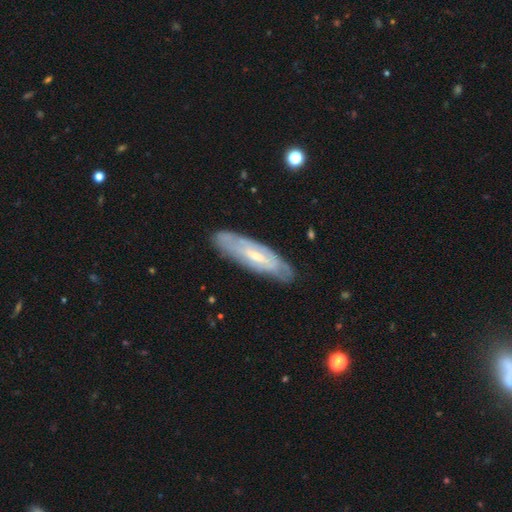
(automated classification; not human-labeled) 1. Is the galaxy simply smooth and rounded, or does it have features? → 67% featured or disk, 27% smooth, 6% star or artifact.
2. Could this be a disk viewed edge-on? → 68% no, 32% yes.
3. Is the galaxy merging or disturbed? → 79% none, 16% minor disturbance, 4% major disturbance, 1% merger.